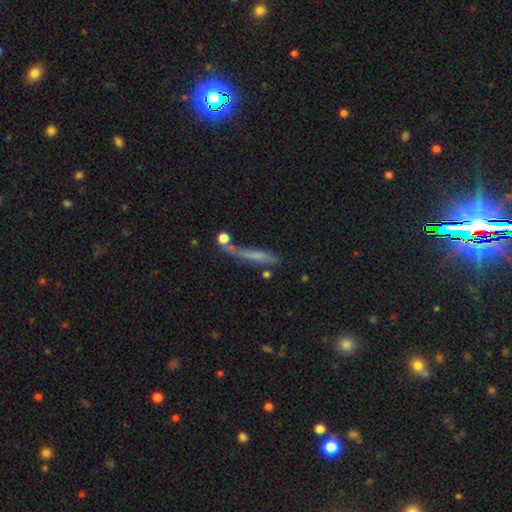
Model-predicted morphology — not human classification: smooth_or_featured: smooth (p=0.62) [alt: featured or disk p=0.28]
how_rounded: cigar-shaped (p=0.88) [alt: in between p=0.09]
merging: none (p=0.63) [alt: minor disturbance p=0.19]